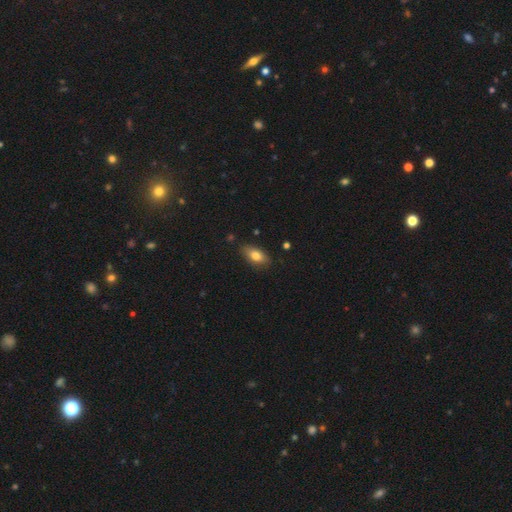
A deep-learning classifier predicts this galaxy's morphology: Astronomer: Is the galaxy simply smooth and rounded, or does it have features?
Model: smooth — 79%.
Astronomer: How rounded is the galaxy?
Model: in between — 88%.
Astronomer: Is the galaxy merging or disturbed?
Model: none — 81%.